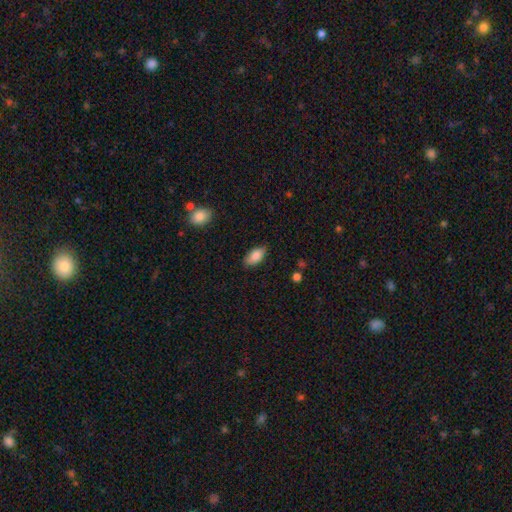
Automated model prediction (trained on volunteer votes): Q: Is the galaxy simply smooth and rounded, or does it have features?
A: smooth — 84%.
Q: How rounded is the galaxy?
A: in between — 91%.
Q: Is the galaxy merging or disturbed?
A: none — 83%.